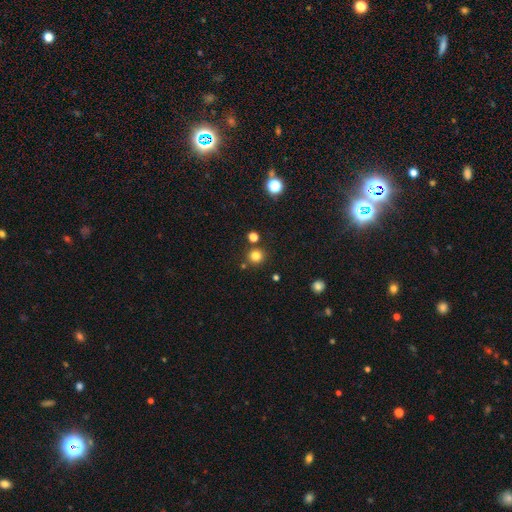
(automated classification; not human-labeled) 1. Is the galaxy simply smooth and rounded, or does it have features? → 80% smooth, 15% star or artifact, 5% featured or disk.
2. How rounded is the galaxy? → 94% round, 5% in between, 1% cigar-shaped.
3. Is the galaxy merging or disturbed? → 84% none, 7% merger, 7% minor disturbance, 2% major disturbance.